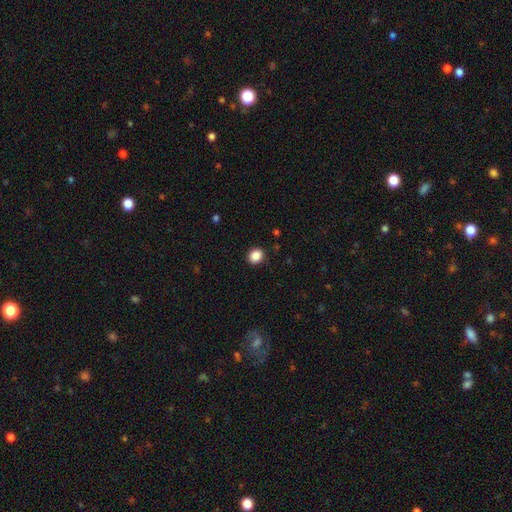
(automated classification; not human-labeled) The model was most divided on "how rounded": round: 71%, in between: 28%, cigar-shaped: 1%. More confident: merging — none (90%); smooth or featured — smooth (87%).